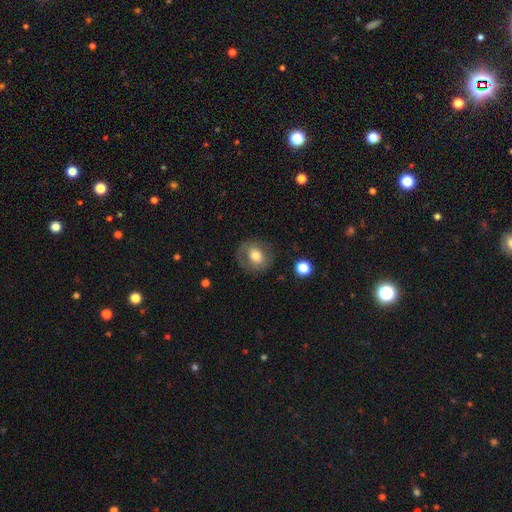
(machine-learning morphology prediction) Smooth or featured: smooth — 63% (featured or disk — 28%)
How rounded: round — 69% (in between — 30%)
Merging: none — 75% (minor disturbance — 15%)